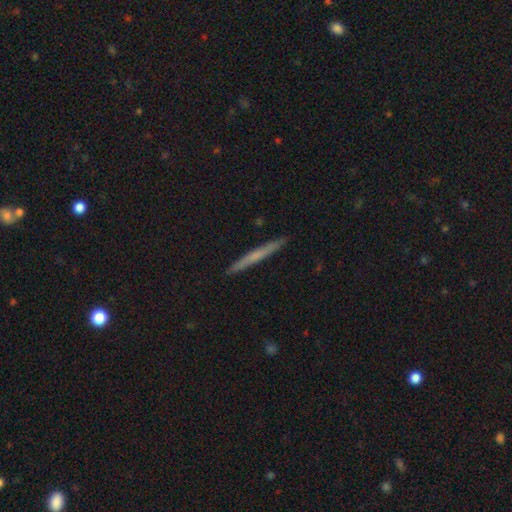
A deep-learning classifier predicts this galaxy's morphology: Overall: smooth (49%; featured or disk 45%). Merging: none (92%).